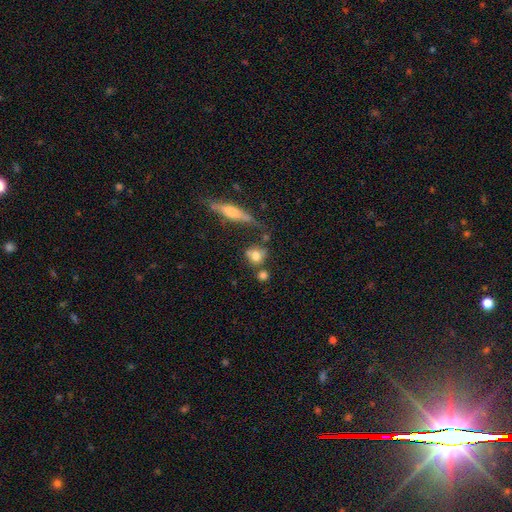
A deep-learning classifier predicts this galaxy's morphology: Smooth or featured?
  - smooth: 74% *
  - featured or disk: 16%
  - star or artifact: 11%
How rounded?
  - round: 66% *
  - in between: 29%
  - cigar-shaped: 5%
Merging?
  - none: 57% *
  - merger: 20%
  - minor disturbance: 16%
  - major disturbance: 7%